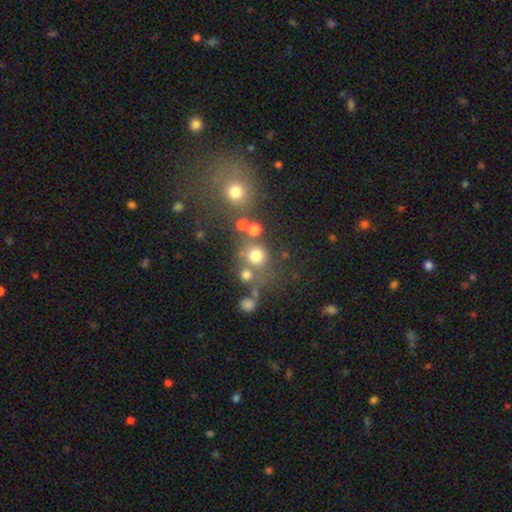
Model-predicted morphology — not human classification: type=smooth (71%); roundness=round (88%); merging=none (62%).